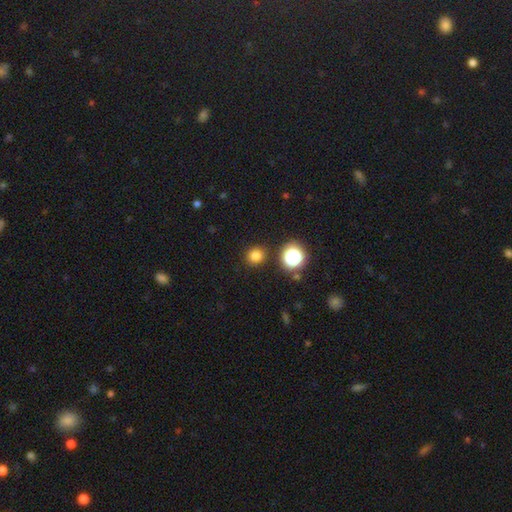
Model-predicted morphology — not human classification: Smooth or featured: smooth — 78% (star or artifact — 18%)
How rounded: round — 91% (in between — 8%)
Merging: none — 89% (minor disturbance — 6%)